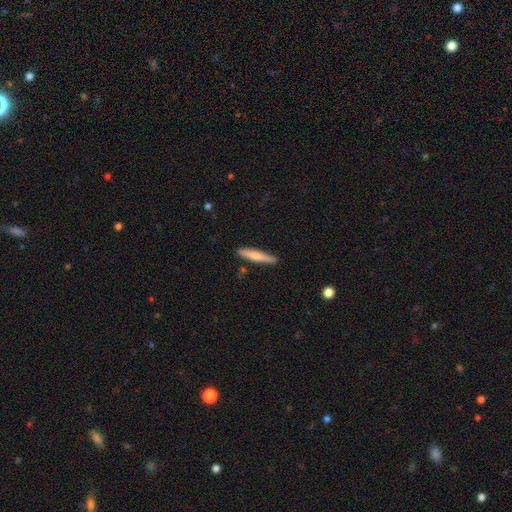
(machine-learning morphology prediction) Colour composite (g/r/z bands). It shows a smooth galaxy with no disk features (69%) that is cigar-shaped (92%). Merging: none (87%).